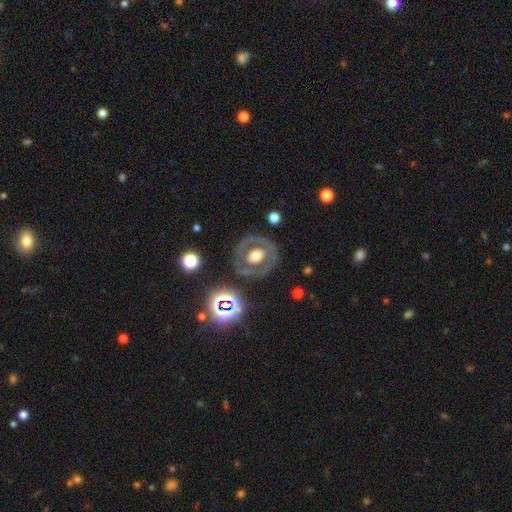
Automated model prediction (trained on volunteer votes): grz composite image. It shows a featured or disk galaxy (60%) with no bar (78%), no spiral arms (81%) and a moderate central bulge (52%). Merging: none (74%).